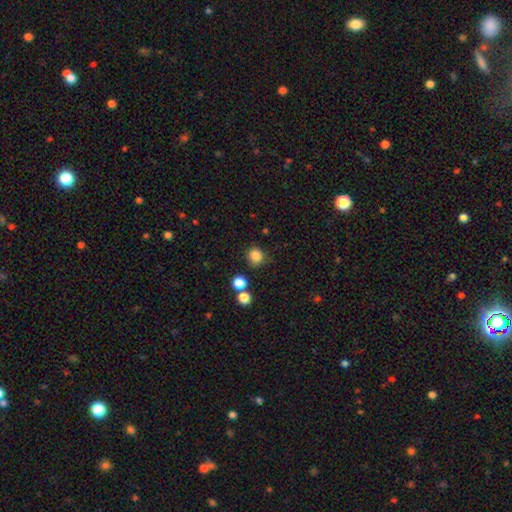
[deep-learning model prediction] Smooth or featured: smooth — 84% (star or artifact — 12%)
How rounded: round — 84% (in between — 15%)
Merging: none — 78% (minor disturbance — 13%)